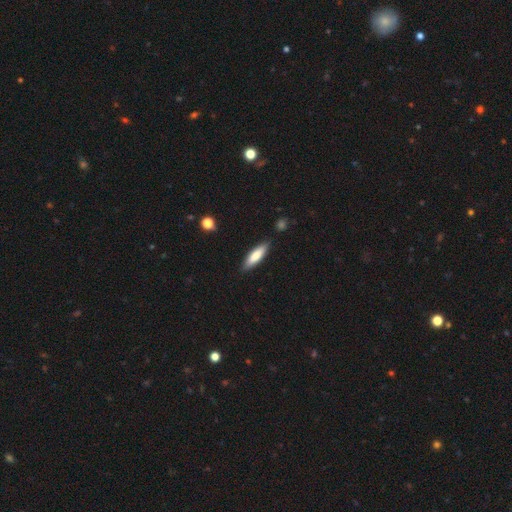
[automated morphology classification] smooth 76%, featured or disk 19%, star or artifact 5%. Down the decision tree: how rounded — cigar-shaped (61%); merging — none (86%).